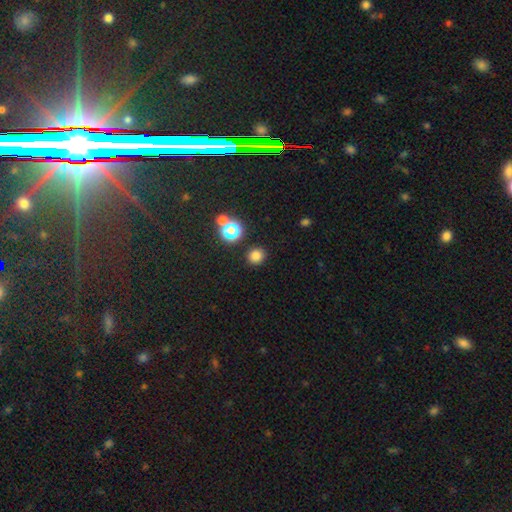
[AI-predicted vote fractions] smooth 78%, star or artifact 17%, featured or disk 5%. Down the decision tree: how rounded — round (88%); merging — none (87%).